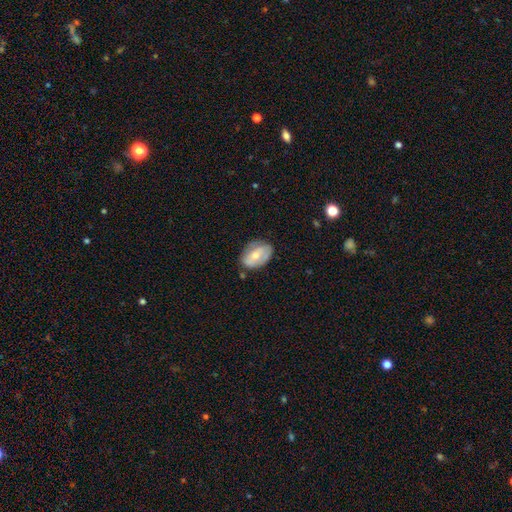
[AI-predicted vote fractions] Smooth or featured? smooth (52%)
How rounded? in between (86%)
Merging? none (67%)